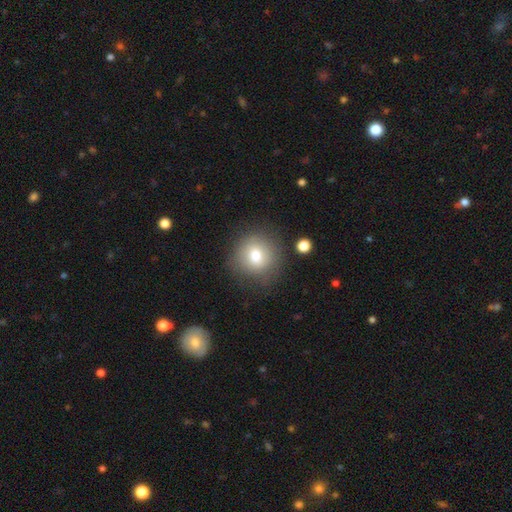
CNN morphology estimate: type=smooth (75%); roundness=round (89%); merging=none (78%).